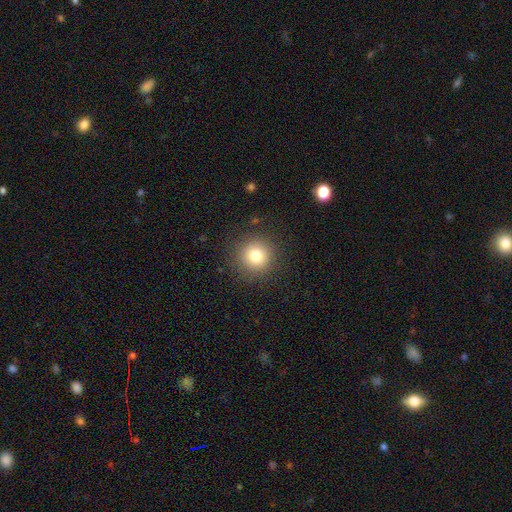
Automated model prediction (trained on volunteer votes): Smooth or featured? Predicted: smooth (p=0.79). How rounded? Predicted: round (p=0.95). Merging? Predicted: none (p=0.89).